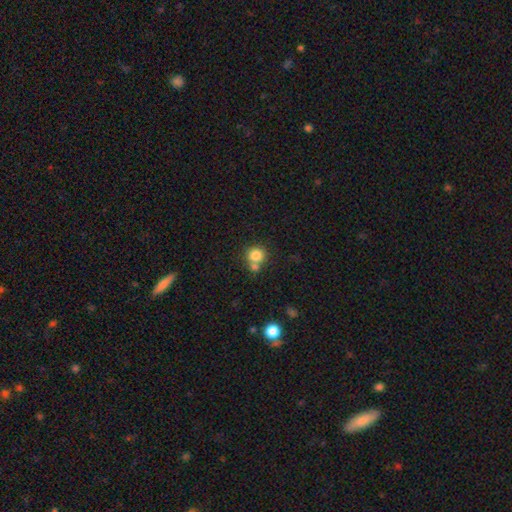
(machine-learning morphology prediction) A smooth galaxy with no disk features (82%) that is round (87%). Merging: none (53%).